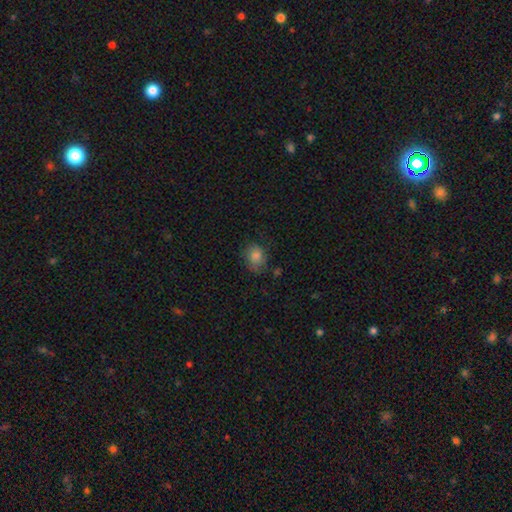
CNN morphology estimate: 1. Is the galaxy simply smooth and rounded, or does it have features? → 80% smooth, 10% featured or disk, 10% star or artifact.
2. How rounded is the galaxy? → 50% in between, 49% round, 1% cigar-shaped.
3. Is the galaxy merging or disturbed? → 66% none, 24% minor disturbance, 8% major disturbance, 3% merger.